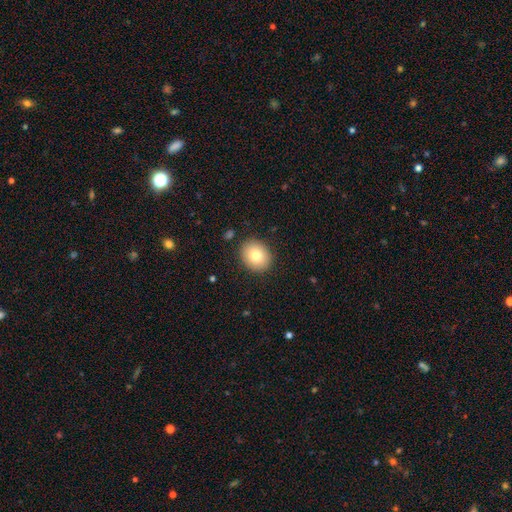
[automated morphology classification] Smooth or featured?
  - smooth: 79% *
  - featured or disk: 12%
  - star or artifact: 9%
How rounded?
  - round: 66% *
  - in between: 33%
  - cigar-shaped: 1%
Merging?
  - none: 89% *
  - minor disturbance: 8%
  - major disturbance: 2%
  - merger: 1%